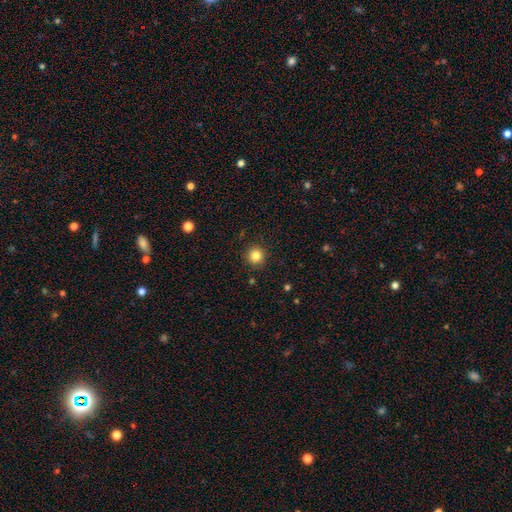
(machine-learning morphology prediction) type=smooth (84%); roundness=round (95%); merging=none (91%).